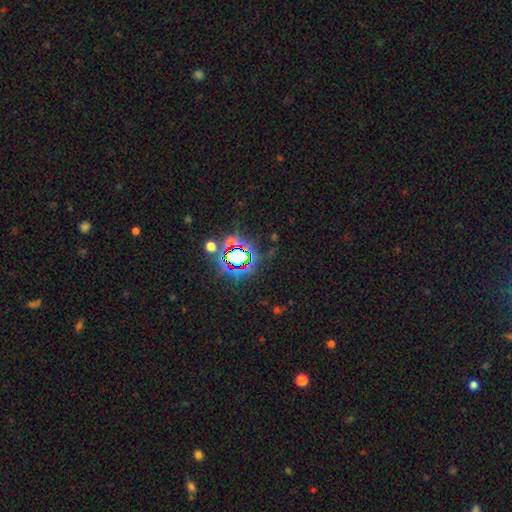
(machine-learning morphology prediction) type=star or artifact (79%).